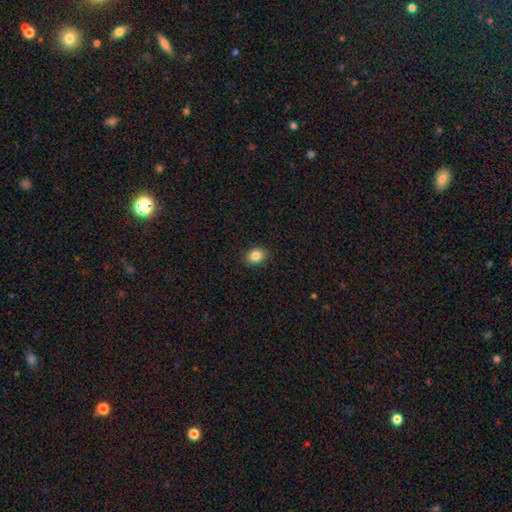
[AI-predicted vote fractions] smooth-or-featured: smooth: 85% | star or artifact: 9% | featured or disk: 5%
  how-rounded: in between: 64% | round: 35% | cigar-shaped: 1%
  merging: none: 89% | minor disturbance: 8% | major disturbance: 2% | merger: 1%